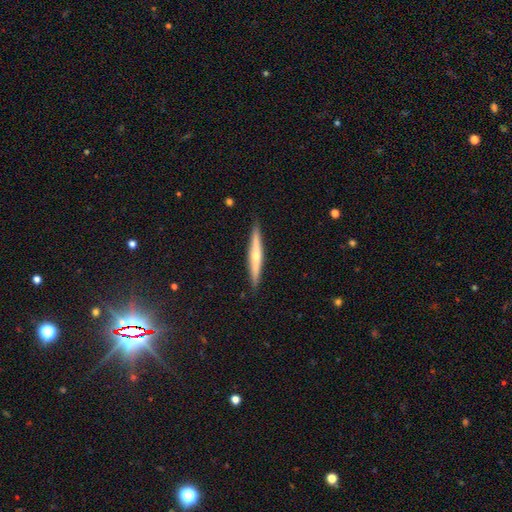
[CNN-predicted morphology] Smooth or featured? Predicted: featured or disk (p=0.66). Edge-on disk? Predicted: yes (p=0.97). Edge-on bulge? Predicted: rounded (p=0.80). Merging? Predicted: none (p=0.91).